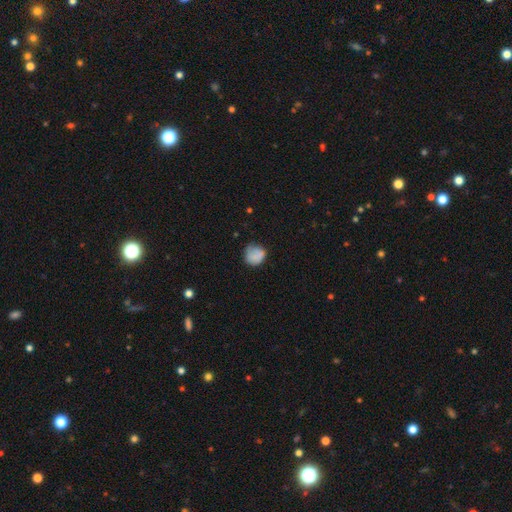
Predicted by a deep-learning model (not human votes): Morphology: type=smooth (79%); roundness=round (82%); merging=none (59%).